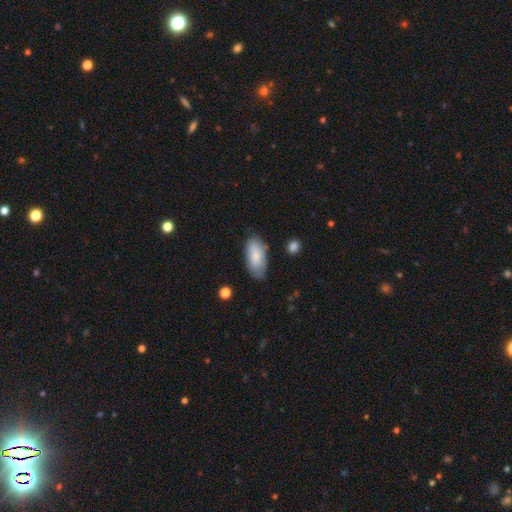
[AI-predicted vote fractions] A smooth galaxy with no disk features (82%) that is in between round and cigar-shaped (91%).

Vote fractions:
- Smooth or featured? smooth: 82% / featured or disk: 12% / star or artifact: 6%
- How rounded? in between: 91% / cigar-shaped: 7% / round: 2%
- Merging? none: 71% / minor disturbance: 22% / major disturbance: 5% / merger: 2%